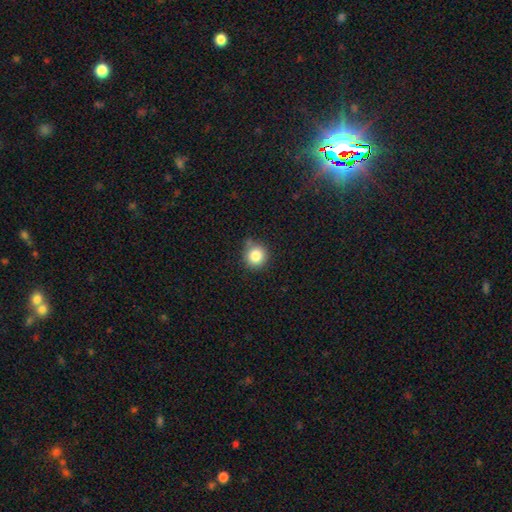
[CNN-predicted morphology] type=smooth (84%); roundness=round (91%); merging=none (72%).